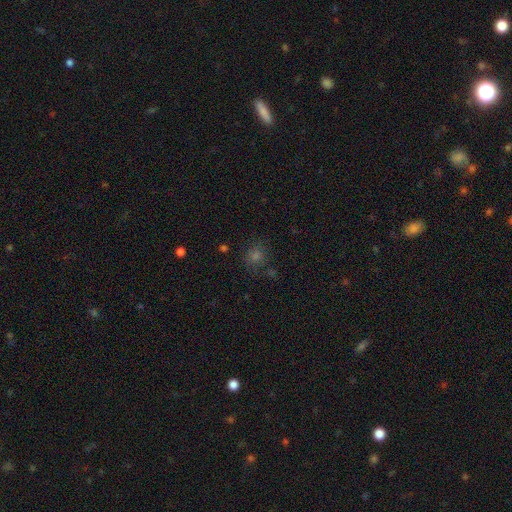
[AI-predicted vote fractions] Smooth or featured? smooth (59%)
How rounded? round (85%)
Merging? none (81%)